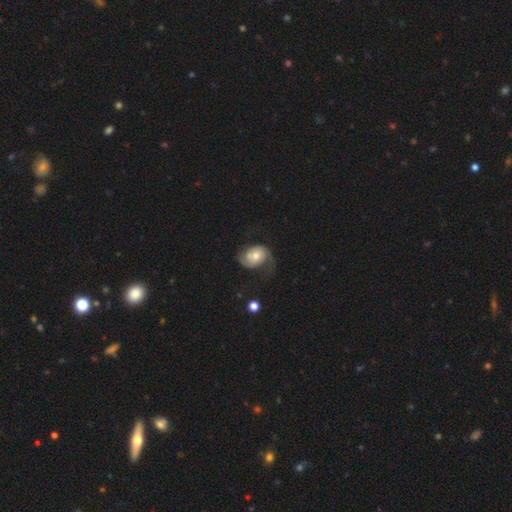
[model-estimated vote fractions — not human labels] featured or disk 66%, smooth 28%, star or artifact 6%. Down the decision tree: edge-on disk — no (97%); bar — no (75%); spiral arms — yes (86%); spiral arm count — 2 (73%); spiral winding — loose (39%); bulge size — moderate (60%); merging — none (45%).